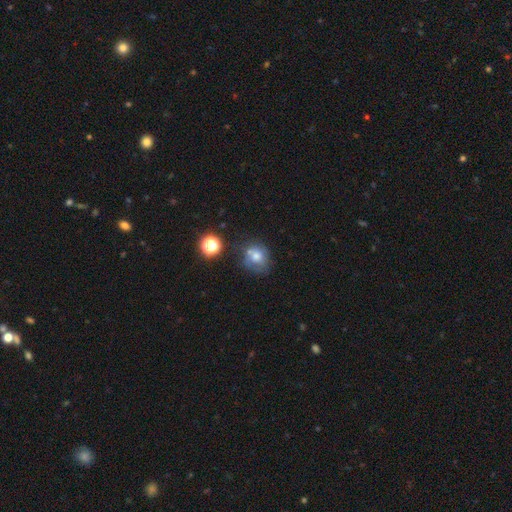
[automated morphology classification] This is likely a smooth galaxy (60%). How rounded: likely round (68%). Merging: possibly none (48%).